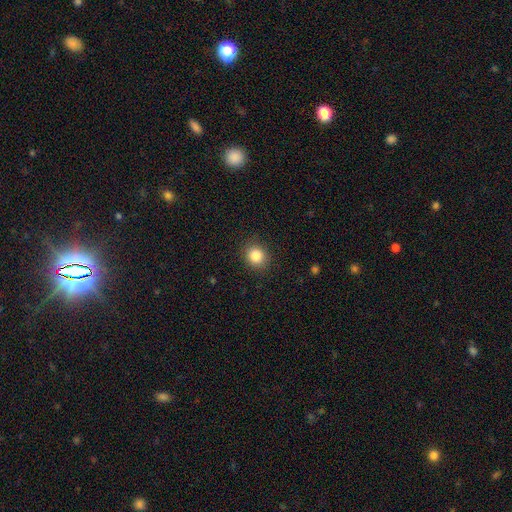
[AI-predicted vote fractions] Smooth or featured? Predicted: smooth (p=0.85). How rounded? Predicted: round (p=0.78). Merging? Predicted: none (p=0.89).